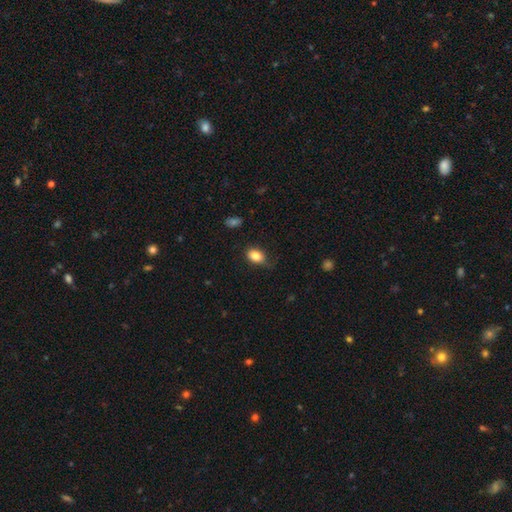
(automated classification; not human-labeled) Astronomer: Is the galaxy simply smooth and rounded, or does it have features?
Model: smooth — 83%.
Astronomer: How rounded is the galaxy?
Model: in between — 76%.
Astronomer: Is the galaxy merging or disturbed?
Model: none — 70%.